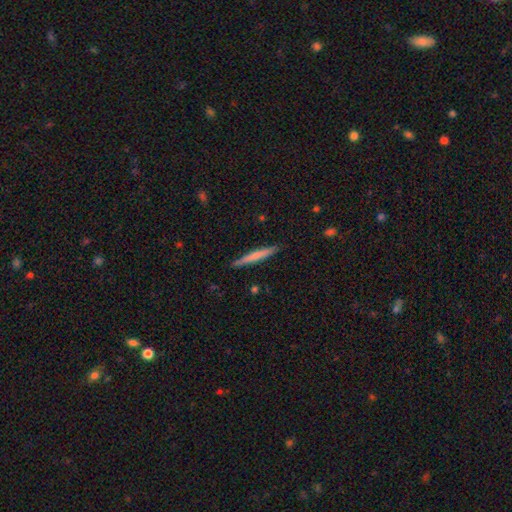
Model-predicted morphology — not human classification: Smooth or featured? smooth (59%)
How rounded? cigar-shaped (96%)
Merging? none (89%)